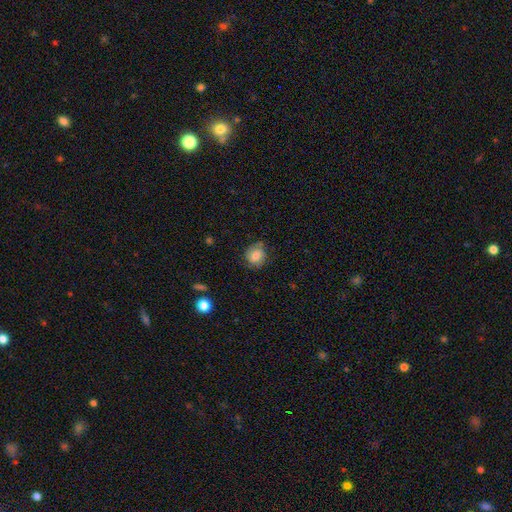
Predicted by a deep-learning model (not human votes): Morphology: type=smooth (69%); roundness=round (70%); merging=none (68%).